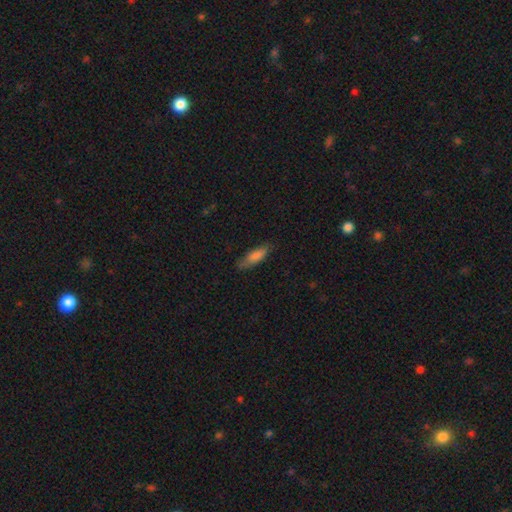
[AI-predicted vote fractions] Smooth or featured? smooth (80%)
How rounded? cigar-shaped (51%)
Merging? none (73%)